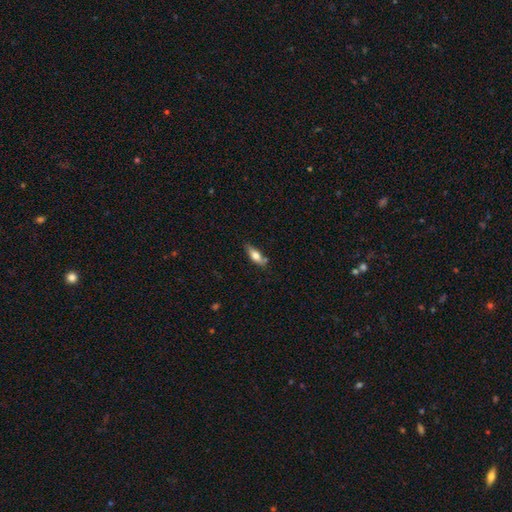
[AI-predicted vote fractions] Smooth or featured? Predicted: smooth (p=0.66). How rounded? Predicted: in between (p=0.63). Merging? Predicted: none (p=0.69).